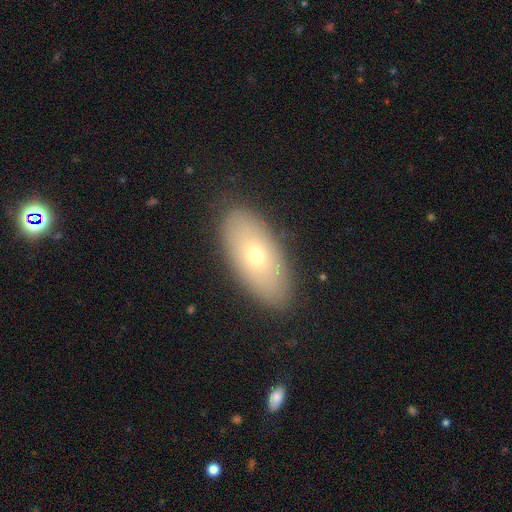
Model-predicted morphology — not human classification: smooth-or-featured: smooth: 62% | featured or disk: 29% | star or artifact: 9%
  how-rounded: in between: 88% | cigar-shaped: 7% | round: 4%
  merging: none: 88% | minor disturbance: 8% | major disturbance: 3% | merger: 1%